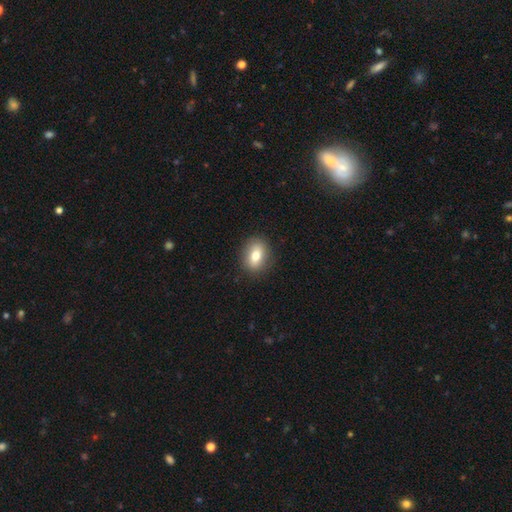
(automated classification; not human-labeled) A smooth galaxy with no disk features (78%) that is in between round and cigar-shaped (70%).

Vote fractions:
- Smooth or featured? smooth: 78% / featured or disk: 14% / star or artifact: 8%
- How rounded? in between: 70% / round: 27% / cigar-shaped: 2%
- Merging? none: 87% / minor disturbance: 10% / major disturbance: 3% / merger: 1%